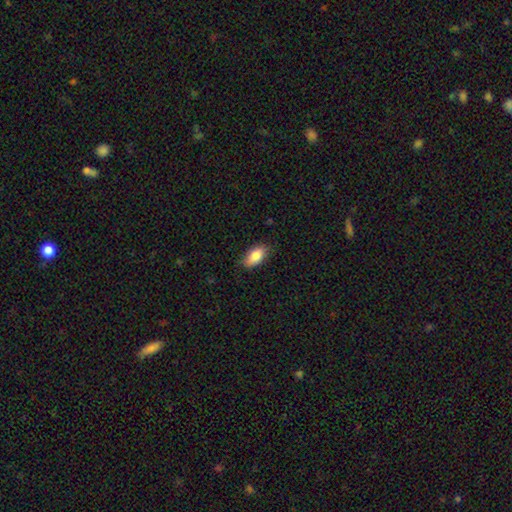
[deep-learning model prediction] smooth 84%, featured or disk 9%, star or artifact 7%. Down the decision tree: how rounded — in between (91%); merging — none (81%).